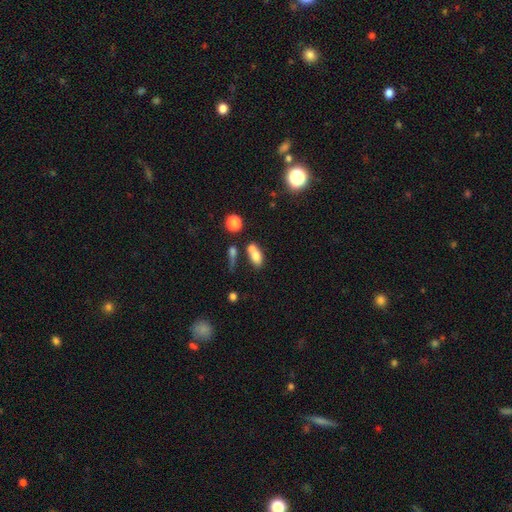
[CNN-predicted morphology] The model was most divided on "merging": merger: 50%, none: 32%, minor disturbance: 11%, major disturbance: 7%. More confident: how rounded — in between (75%); smooth or featured — smooth (71%).